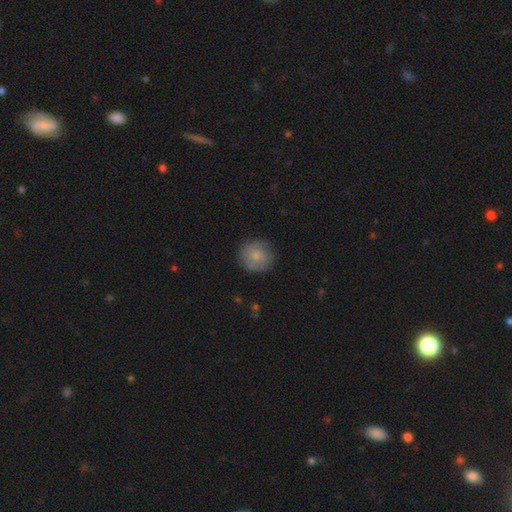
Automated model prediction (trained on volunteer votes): Q: Smooth or featured?
A: smooth (77%); runner-up: featured or disk (16%)
Q: How rounded?
A: round (92%); runner-up: in between (7%)
Q: Merging?
A: none (83%); runner-up: minor disturbance (12%)